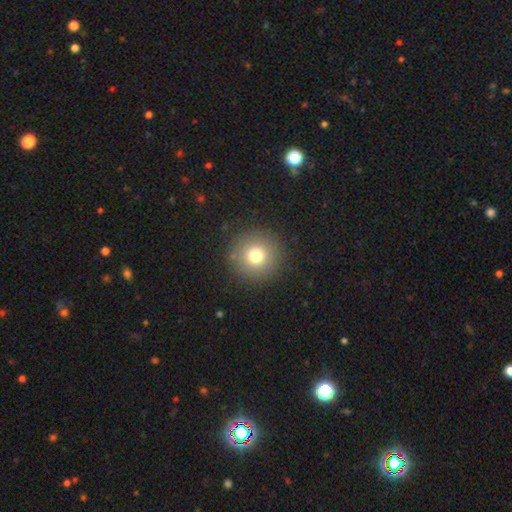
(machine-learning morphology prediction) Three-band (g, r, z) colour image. It shows a smooth galaxy with no disk features (76%) that is round (96%). Merging: none (89%).